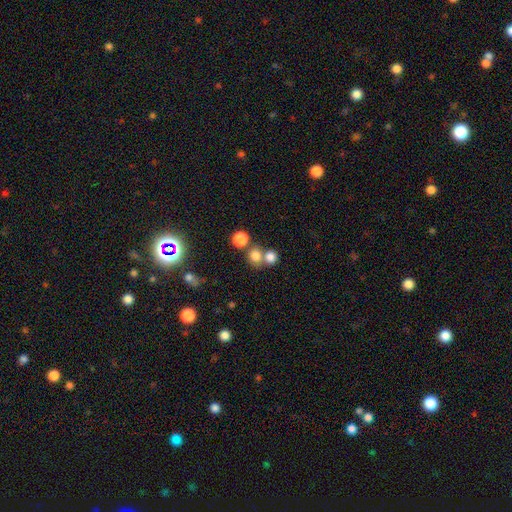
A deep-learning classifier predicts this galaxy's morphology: smooth_or_featured: smooth (p=0.77) [alt: star or artifact p=0.15]
how_rounded: round (p=0.85) [alt: in between p=0.14]
merging: none (p=0.54) [alt: merger p=0.36]